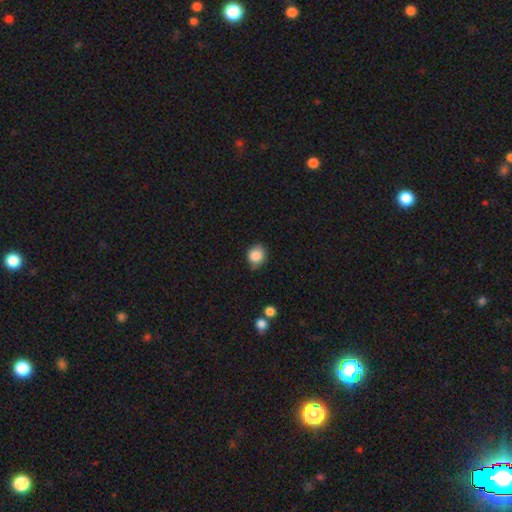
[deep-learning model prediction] smooth_or_featured: smooth (p=0.85) [alt: star or artifact p=0.09]
how_rounded: round (p=0.76) [alt: in between p=0.23]
merging: none (p=0.69) [alt: minor disturbance p=0.25]